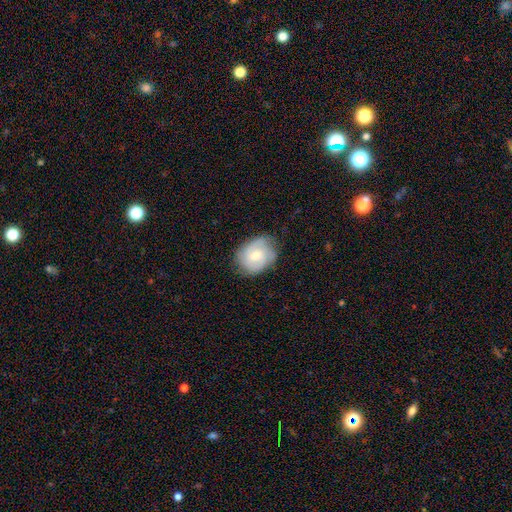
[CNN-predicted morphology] This is possibly a featured or disk galaxy (51%). It is clearly not viewed edge-on (97%). Merging: likely none (69%).